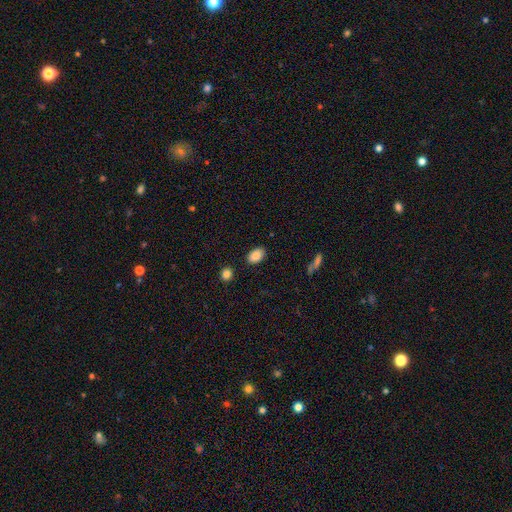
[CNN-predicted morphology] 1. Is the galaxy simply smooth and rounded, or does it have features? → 88% smooth, 8% star or artifact, 5% featured or disk.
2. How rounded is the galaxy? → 89% in between, 9% round, 1% cigar-shaped.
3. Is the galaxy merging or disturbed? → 85% none, 10% minor disturbance, 3% merger, 3% major disturbance.